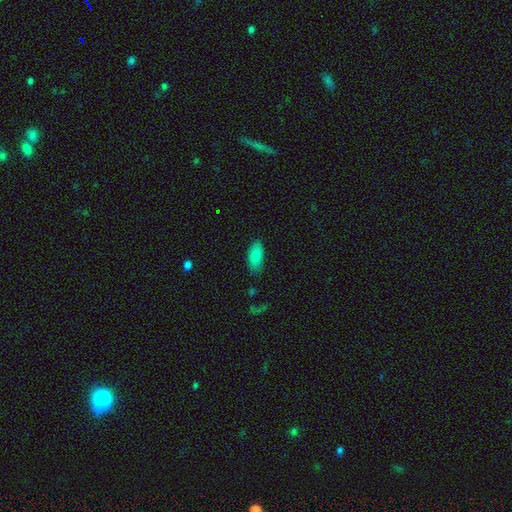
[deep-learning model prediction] This is clearly a smooth galaxy (84%). How rounded: clearly in between (88%). Merging: clearly none (84%).